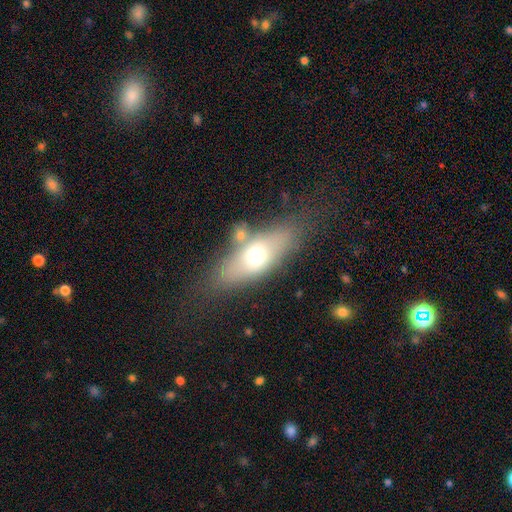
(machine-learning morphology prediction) type=smooth (58%); roundness=in between (65%); merging=none (65%).